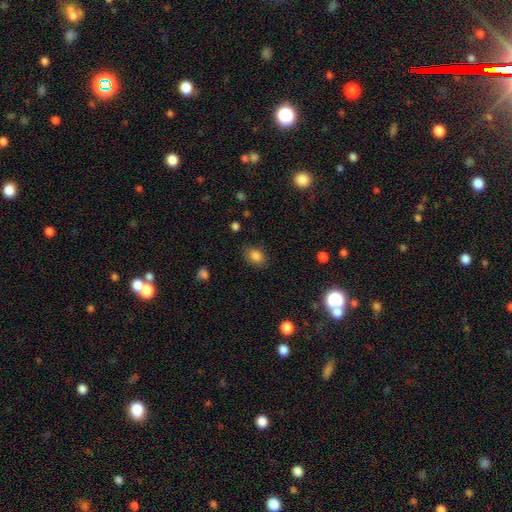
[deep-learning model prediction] smooth_or_featured: smooth (p=0.84) [alt: star or artifact p=0.10]
how_rounded: in between (p=0.78) [alt: round p=0.20]
merging: none (p=0.82) [alt: minor disturbance p=0.13]